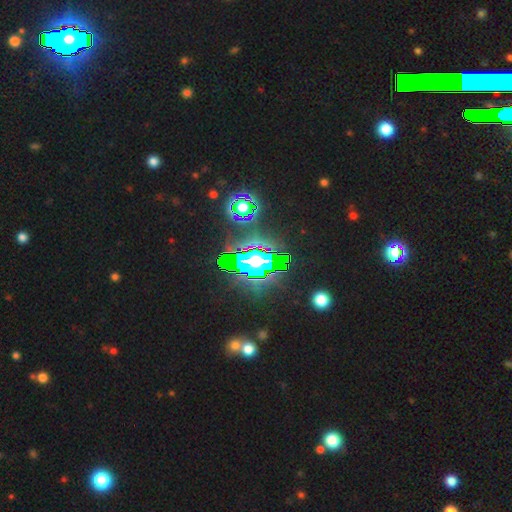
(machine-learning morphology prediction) The model was most divided on "smooth or featured": star or artifact: 83%, smooth: 9%, featured or disk: 8%.